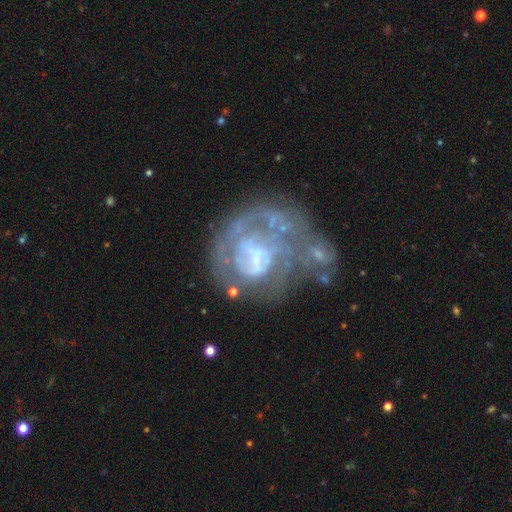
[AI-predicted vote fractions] smooth_or_featured: featured or disk (p=0.74) [alt: smooth p=0.16]
disk_edge_on: no (p=0.98) [alt: yes p=0.02]
bar: no (p=0.60) [alt: weak p=0.30]
has_spiral_arms: yes (p=0.58) [alt: no p=0.42]
bulge_size: none (p=0.55) [alt: small p=0.22]
merging: major disturbance (p=0.33) [alt: none p=0.26]